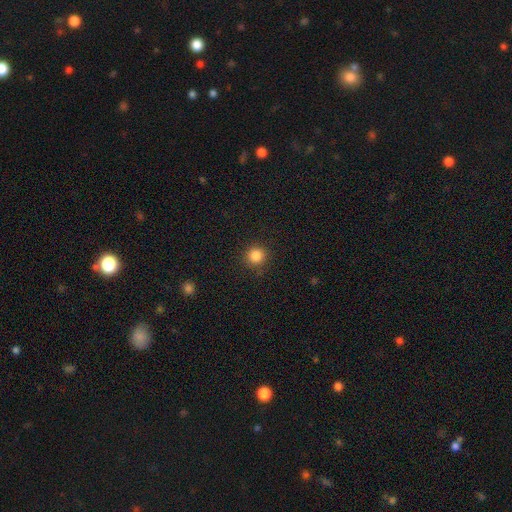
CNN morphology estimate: The model was most divided on "smooth or featured": smooth: 84%, star or artifact: 12%, featured or disk: 4%. More confident: how rounded — round (93%); merging — none (90%).